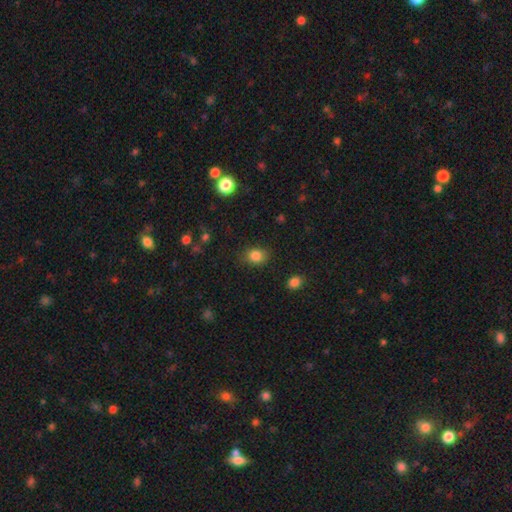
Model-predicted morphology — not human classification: The model was most divided on "how rounded": in between: 50%, round: 49%, cigar-shaped: 1%. More confident: smooth or featured — smooth (84%); merging — none (82%).